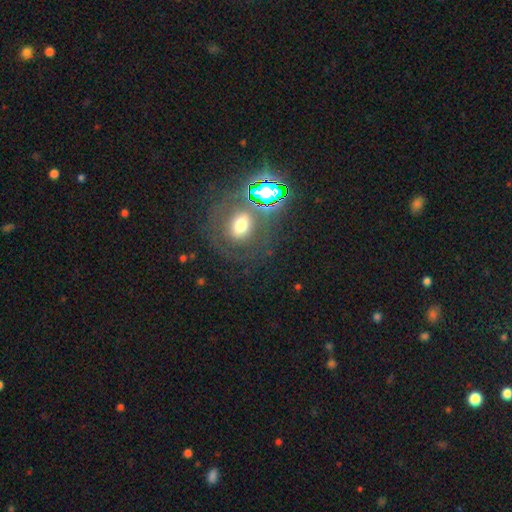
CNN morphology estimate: type=star or artifact (48%).